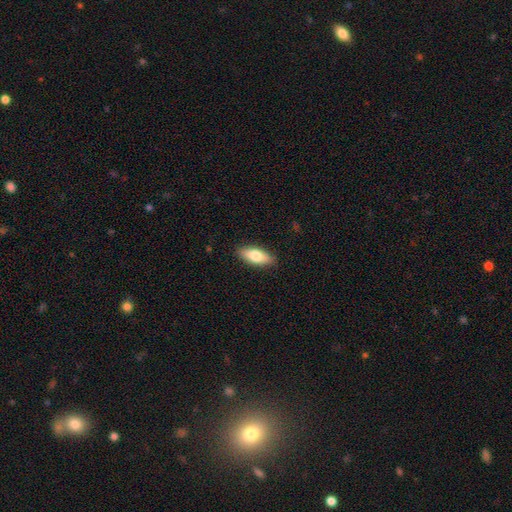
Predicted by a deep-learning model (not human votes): Morphology: type=smooth (75%); roundness=in between (76%); merging=none (89%).